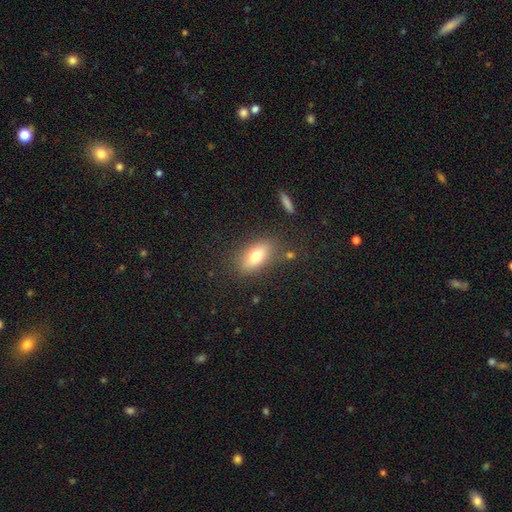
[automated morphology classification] A smooth galaxy with no disk features (76%) that is in between round and cigar-shaped (85%). Merging: none (79%).